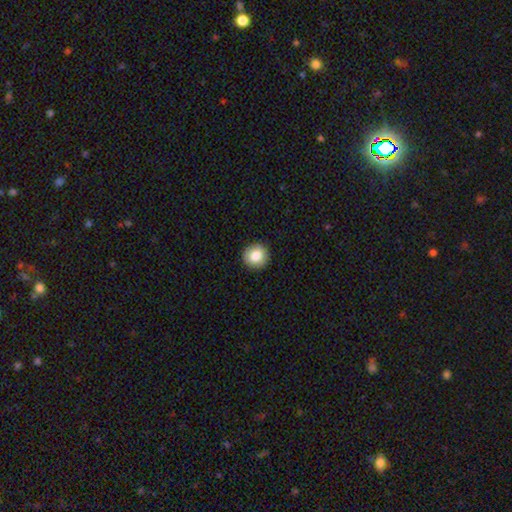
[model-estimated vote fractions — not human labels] This appears to be a smooth galaxy with no disk features (84%) that is round (91%). Merging: none (91%).